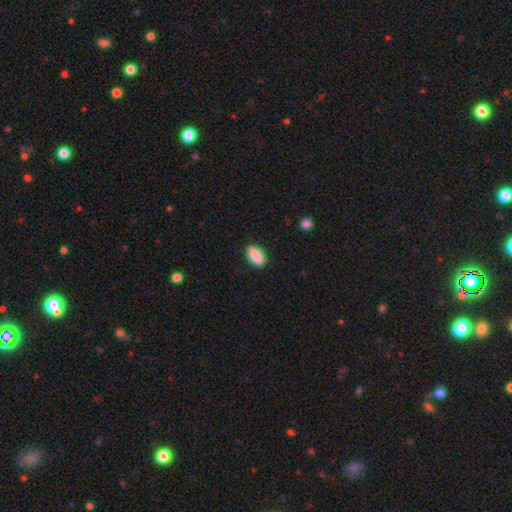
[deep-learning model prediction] A smooth galaxy with no disk features (88%) that is in between round and cigar-shaped (89%).

Vote fractions:
- Smooth or featured? smooth: 88% / star or artifact: 7% / featured or disk: 5%
- How rounded? in between: 89% / cigar-shaped: 7% / round: 4%
- Merging? none: 86% / minor disturbance: 11% / major disturbance: 2% / merger: 1%